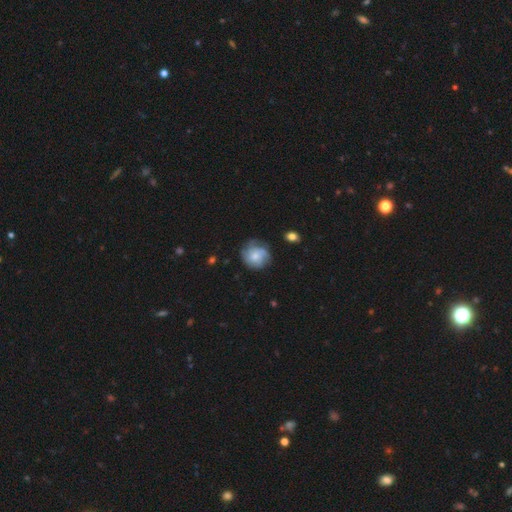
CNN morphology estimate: Smooth or featured?
  - featured or disk: 48% *
  - smooth: 45%
  - star or artifact: 8%
Merging?
  - none: 68% *
  - minor disturbance: 22%
  - major disturbance: 8%
  - merger: 2%